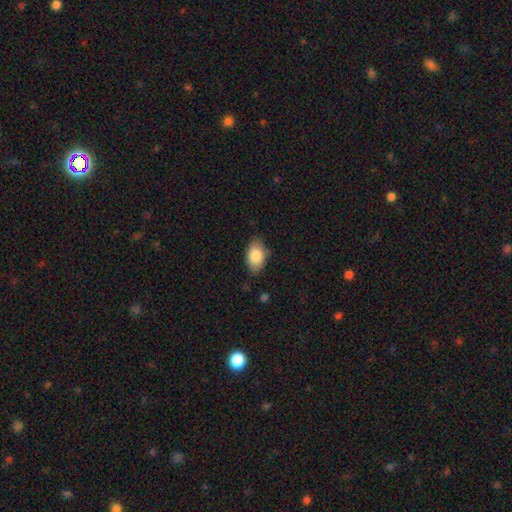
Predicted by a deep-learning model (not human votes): Smooth or featured?
  - smooth: 83% *
  - featured or disk: 10%
  - star or artifact: 7%
How rounded?
  - in between: 90% *
  - round: 8%
  - cigar-shaped: 2%
Merging?
  - none: 75% *
  - minor disturbance: 20%
  - major disturbance: 3%
  - merger: 1%